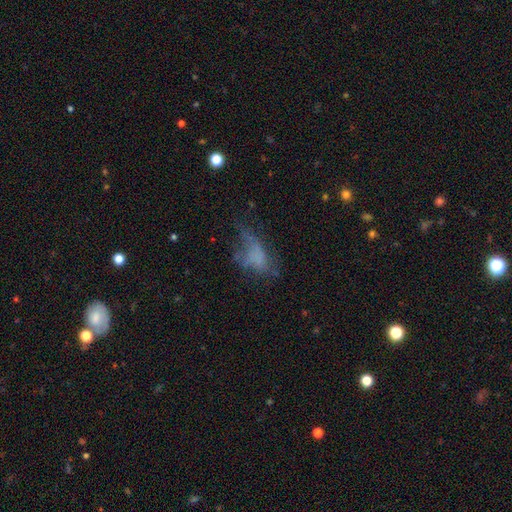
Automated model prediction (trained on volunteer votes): Smooth or featured?
  - smooth: 44% *
  - featured or disk: 39%
  - star or artifact: 18%
Merging?
  - major disturbance: 42% *
  - none: 31%
  - minor disturbance: 23%
  - merger: 5%